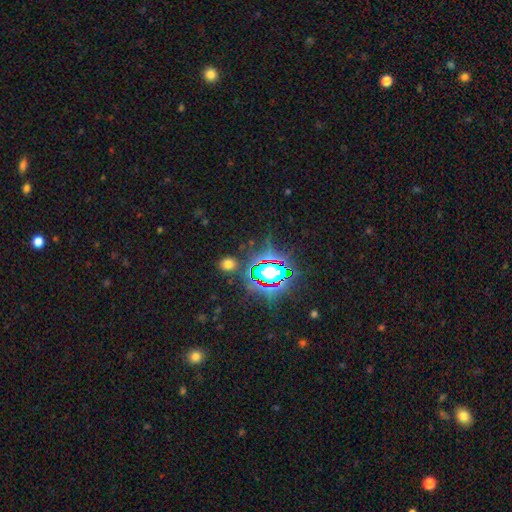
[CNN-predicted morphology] Smooth or featured?
  - star or artifact: 74% *
  - smooth: 18%
  - featured or disk: 8%